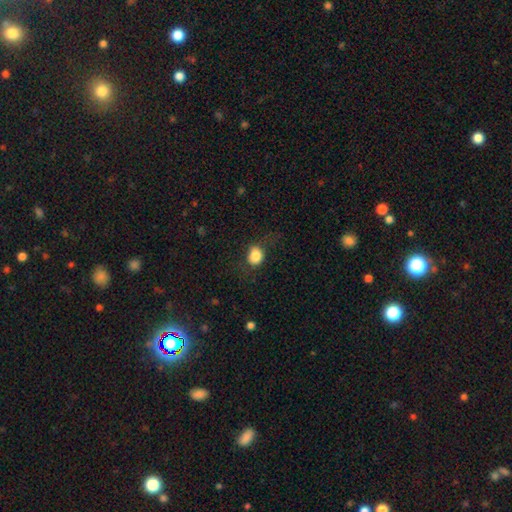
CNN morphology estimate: This appears to be a smooth galaxy with no disk features (83%) that is round (55%). Merging: none (71%).